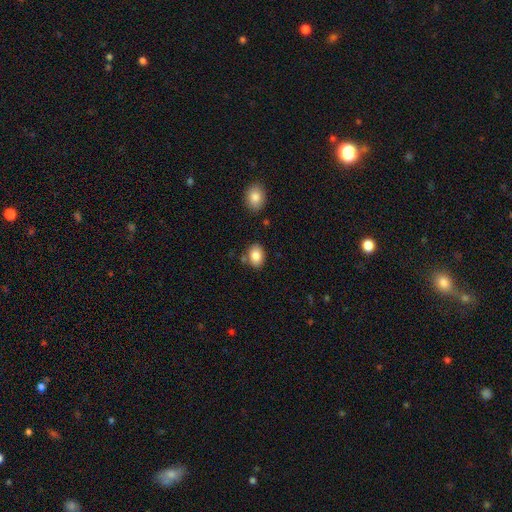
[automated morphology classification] A smooth galaxy with no disk features (86%) that is in between round and cigar-shaped (76%). Merging: none (78%).